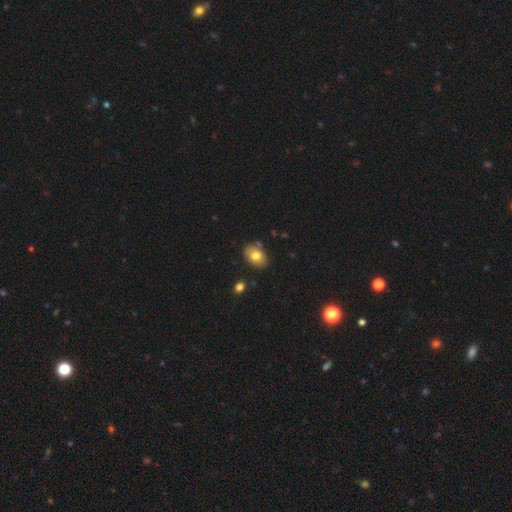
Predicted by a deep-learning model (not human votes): smooth_or_featured: smooth (p=0.78) [alt: featured or disk p=0.14]
how_rounded: in between (p=0.80) [alt: round p=0.19]
merging: none (p=0.82) [alt: minor disturbance p=0.12]